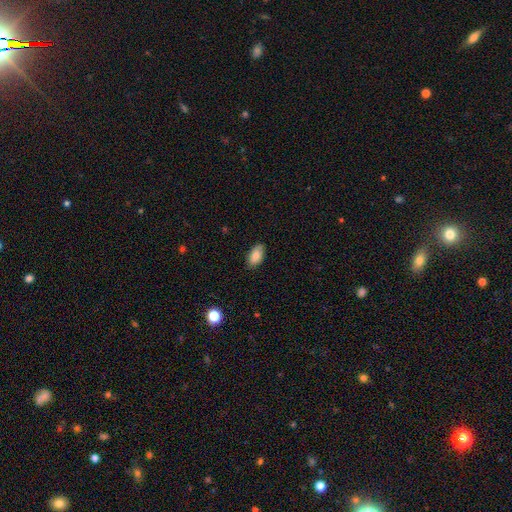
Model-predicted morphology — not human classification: Smooth or featured? Predicted: smooth (p=0.86). How rounded? Predicted: in between (p=0.93). Merging? Predicted: none (p=0.83).